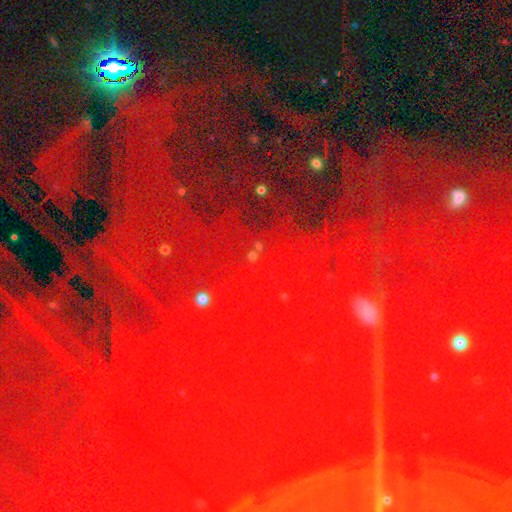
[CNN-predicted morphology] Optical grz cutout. It shows a star or artifact, not a galaxy (84%).